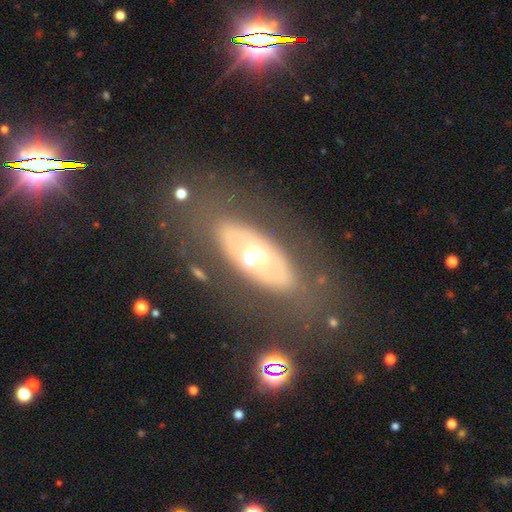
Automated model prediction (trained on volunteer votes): Smooth or featured? Predicted: featured or disk (p=0.61). Edge-on disk? Predicted: no (p=0.84). Bar? Predicted: no (p=0.83). Spiral arms? Predicted: no (p=0.87). Bulge size? Predicted: moderate (p=0.62). Merging? Predicted: none (p=0.77).